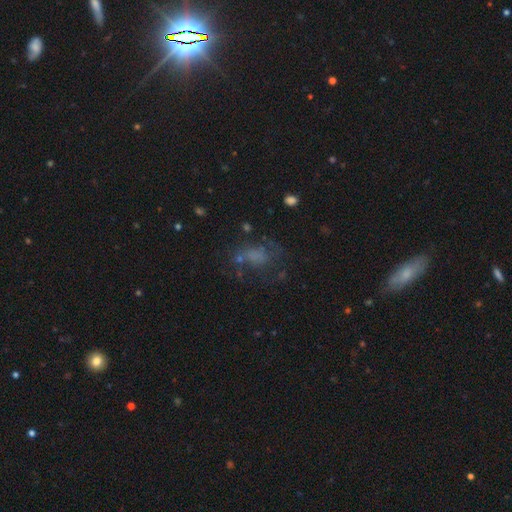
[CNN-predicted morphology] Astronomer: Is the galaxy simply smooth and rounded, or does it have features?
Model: smooth — 42% (runner-up: featured or disk, 36%).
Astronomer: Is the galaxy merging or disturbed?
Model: none — 45% (runner-up: major disturbance, 29%).